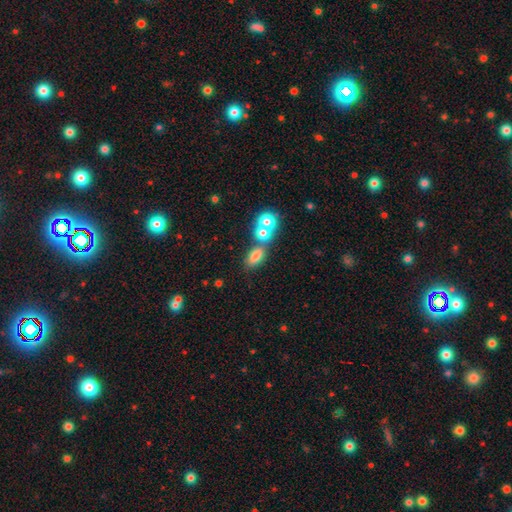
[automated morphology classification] Smooth or featured: smooth — 74% (star or artifact — 15%)
How rounded: in between — 73% (round — 22%)
Merging: none — 49% (merger — 35%)